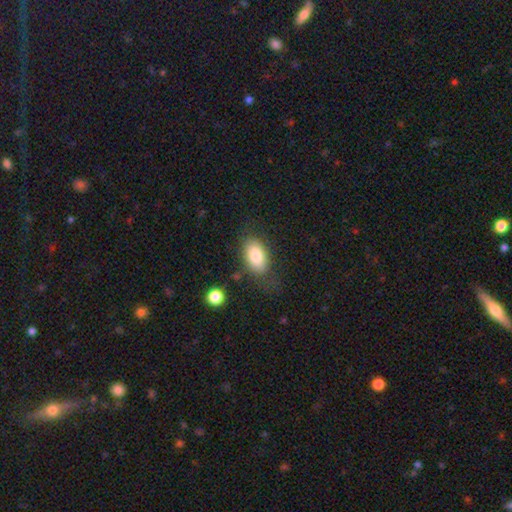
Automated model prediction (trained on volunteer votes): smooth-or-featured: smooth: 83% | featured or disk: 10% | star or artifact: 7%
  how-rounded: in between: 92% | round: 6% | cigar-shaped: 2%
  merging: none: 70% | minor disturbance: 18% | major disturbance: 9% | merger: 3%